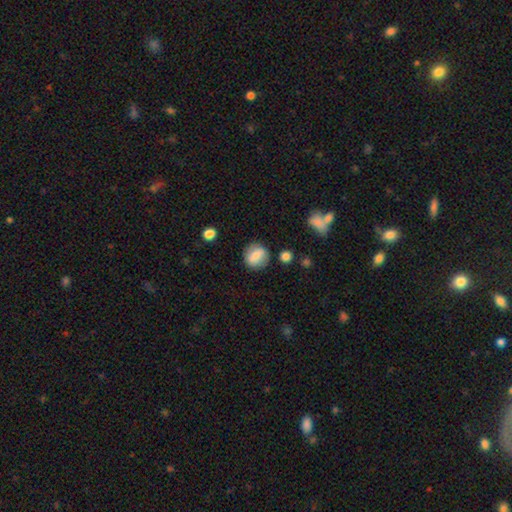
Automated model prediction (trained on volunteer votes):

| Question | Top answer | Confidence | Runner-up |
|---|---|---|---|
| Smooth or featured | smooth | 73% | featured or disk (19%) |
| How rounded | round | 73% | in between (25%) |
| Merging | none | 79% | minor disturbance (14%) |